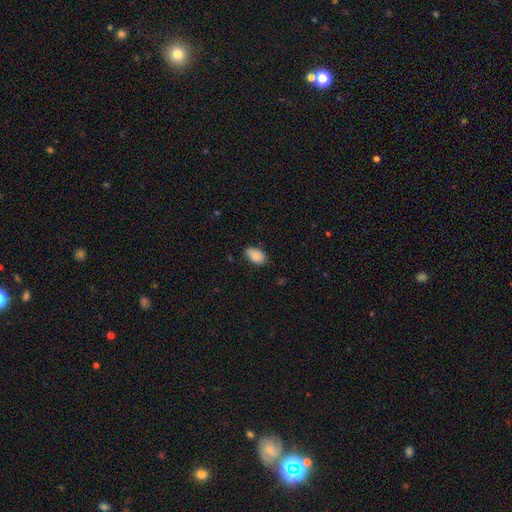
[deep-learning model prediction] The model was most divided on "merging": none: 77%, minor disturbance: 19%, major disturbance: 3%, merger: 1%. More confident: how rounded — in between (93%); smooth or featured — smooth (86%).